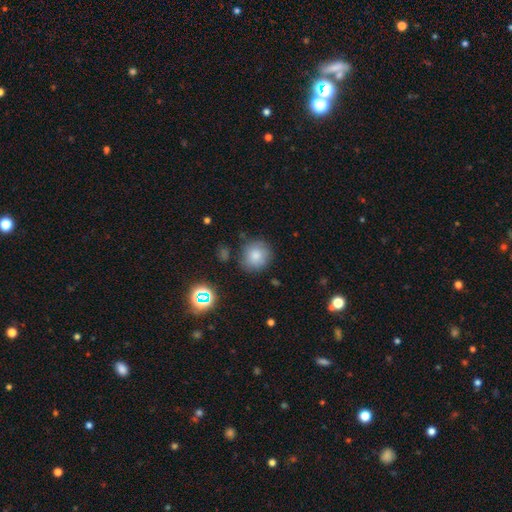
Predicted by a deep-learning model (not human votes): Overall: smooth (81%). How rounded: round (90%). Merging: none (81%).